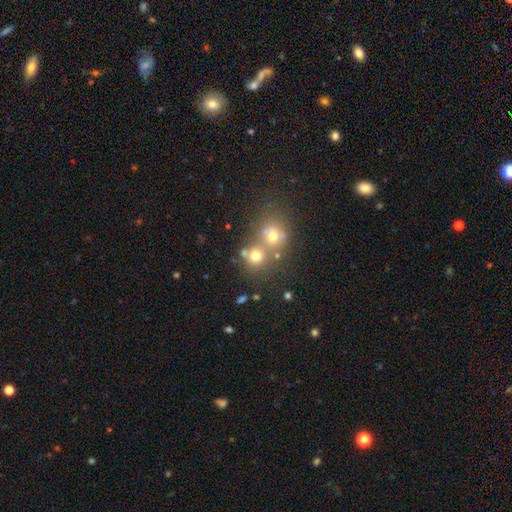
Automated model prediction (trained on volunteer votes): A smooth galaxy with no disk features (67%) that is round (82%).

Vote fractions:
- Smooth or featured? smooth: 67% / star or artifact: 18% / featured or disk: 15%
- How rounded? round: 82% / in between: 17% / cigar-shaped: 1%
- Merging? none: 47% / merger: 41% / minor disturbance: 8% / major disturbance: 4%